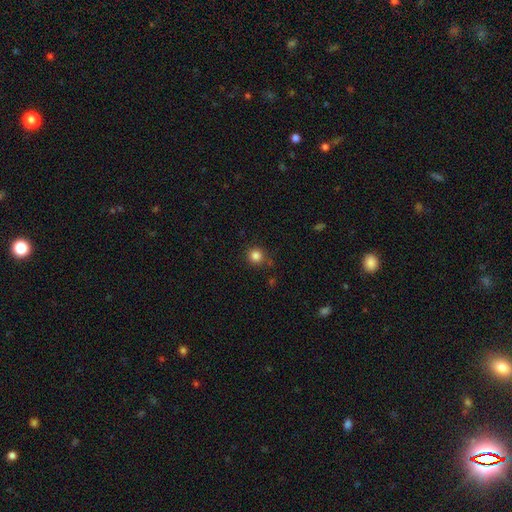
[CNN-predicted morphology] Overall: smooth (84%). How rounded: round (93%). Merging: none (84%).